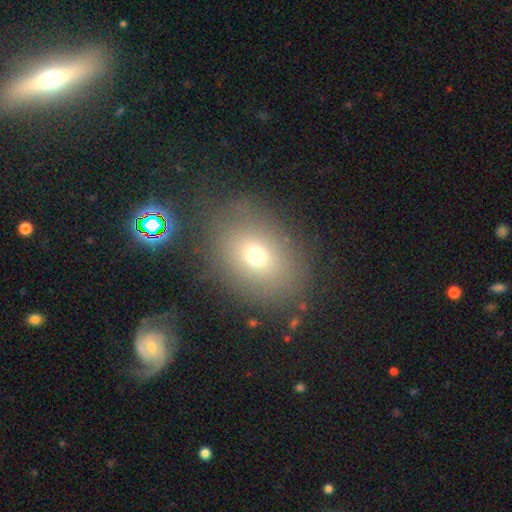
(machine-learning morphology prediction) Q: Smooth or featured?
A: smooth (68%); runner-up: star or artifact (16%)
Q: How rounded?
A: in between (65%); runner-up: round (34%)
Q: Merging?
A: none (74%); runner-up: minor disturbance (14%)